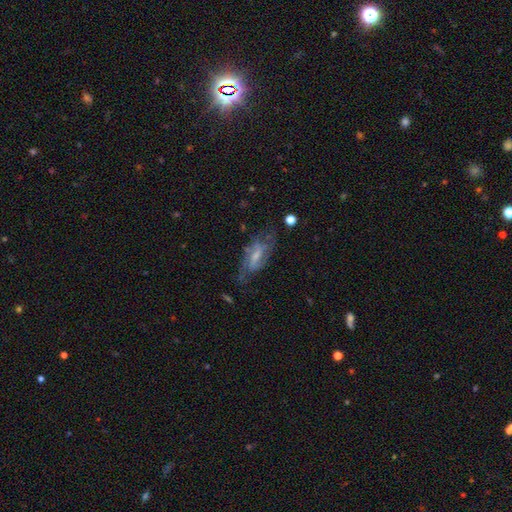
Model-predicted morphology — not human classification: This is likely a featured or disk galaxy (74%). It is clearly not viewed edge-on (92%). Bar: possibly weak (52%). Spiral arm pattern: clearly yes (89%). Spiral arm count: likely 2 (71%). Spiral winding: possibly medium (48%). Central bulge: marginally small (44%). Merging: likely none (61%).